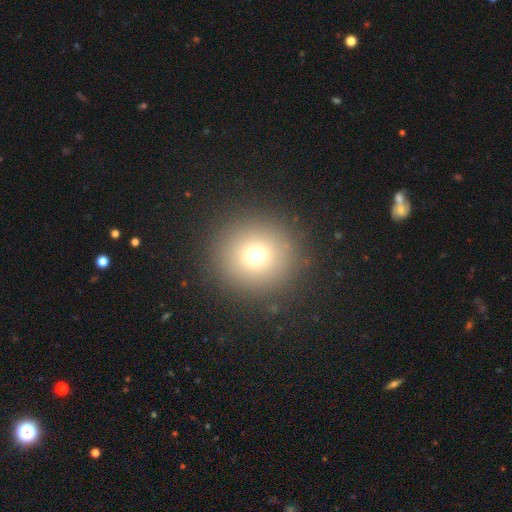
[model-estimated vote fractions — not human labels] Smooth or featured: smooth — 70% (star or artifact — 18%)
How rounded: round — 94% (in between — 5%)
Merging: none — 89% (minor disturbance — 6%)